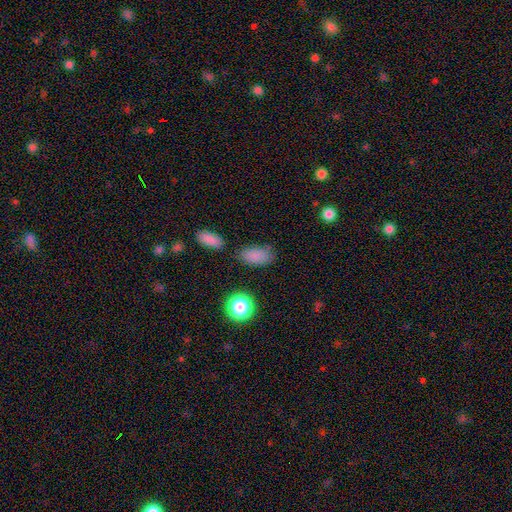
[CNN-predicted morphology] This appears to be a smooth galaxy with no disk features (83%) that is in between round and cigar-shaped (89%). Merging: none (71%).